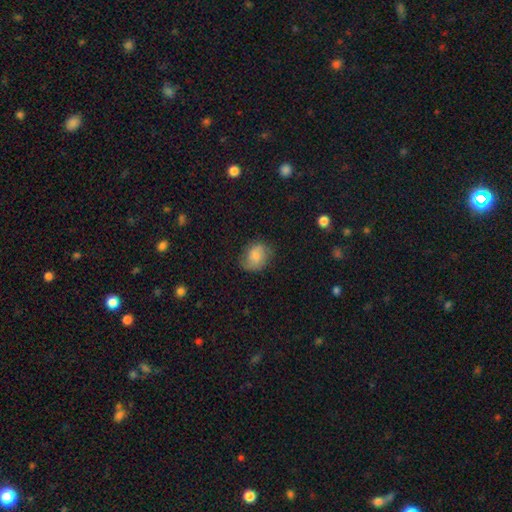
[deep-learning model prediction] This appears to be a smooth galaxy with no disk features (60%) that is in between round and cigar-shaped (57%). Merging: none (69%).